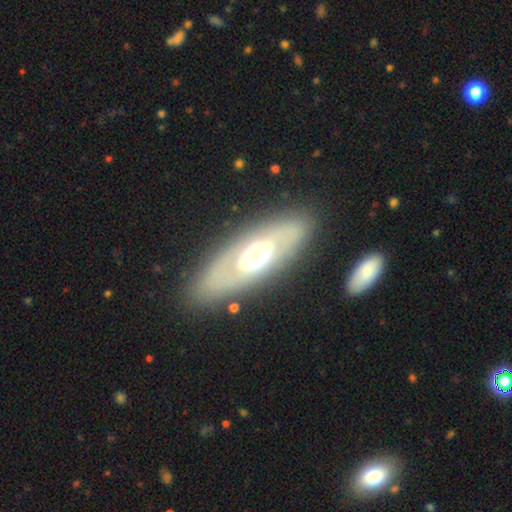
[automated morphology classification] smooth_or_featured: featured or disk (p=0.58) [alt: smooth p=0.36]
disk_edge_on: no (p=0.73) [alt: yes p=0.27]
merging: none (p=0.82) [alt: minor disturbance p=0.11]